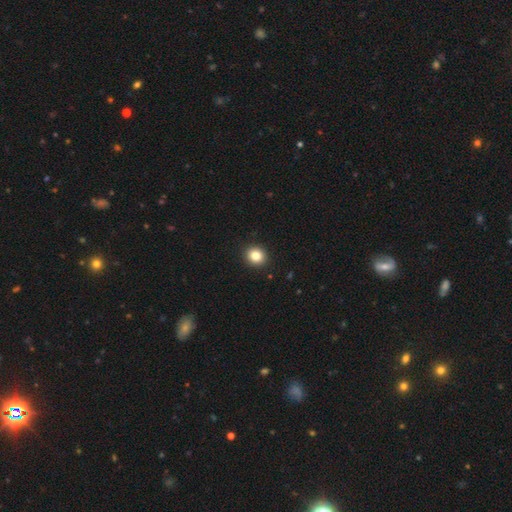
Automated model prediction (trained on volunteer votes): This appears to be a smooth galaxy with no disk features (83%) that is round (81%). Merging: none (92%).